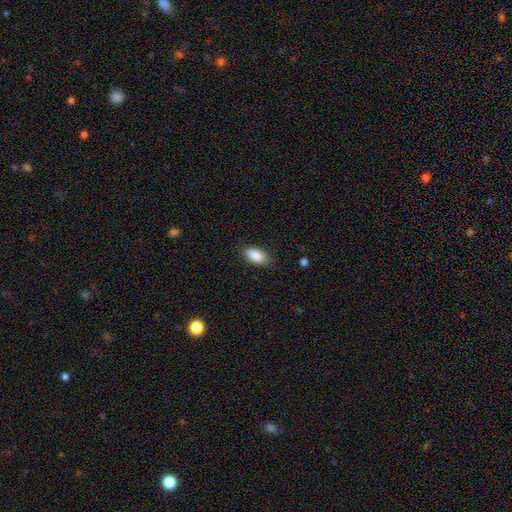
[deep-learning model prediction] Smooth or featured? Predicted: smooth (p=0.89). How rounded? Predicted: in between (p=0.90). Merging? Predicted: none (p=0.83).